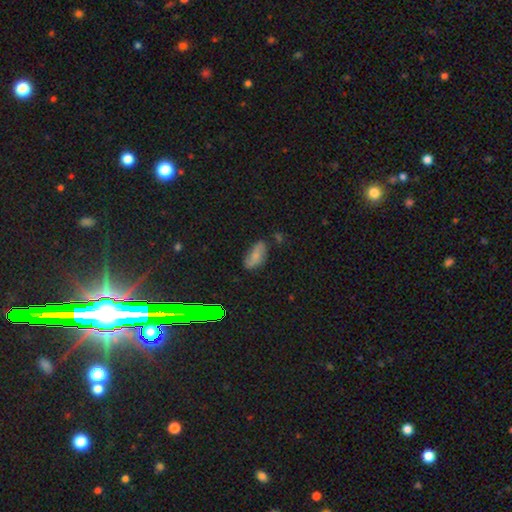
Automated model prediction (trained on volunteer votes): Morphology: type=smooth (61%); roundness=in between (87%); merging=none (61%).